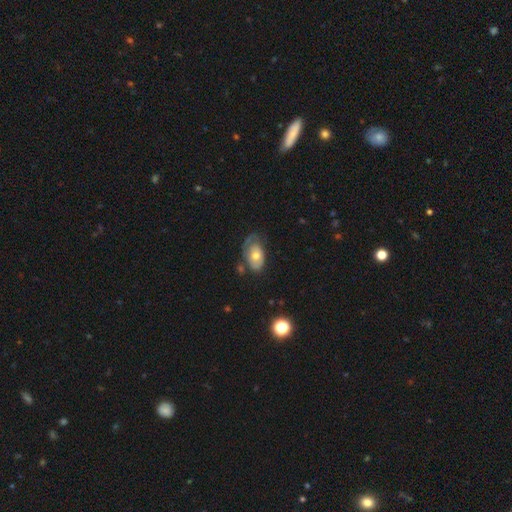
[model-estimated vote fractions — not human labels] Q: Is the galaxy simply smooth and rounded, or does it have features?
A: smooth — 51%.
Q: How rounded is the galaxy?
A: in between — 90%.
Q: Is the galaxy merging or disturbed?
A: none — 45%.